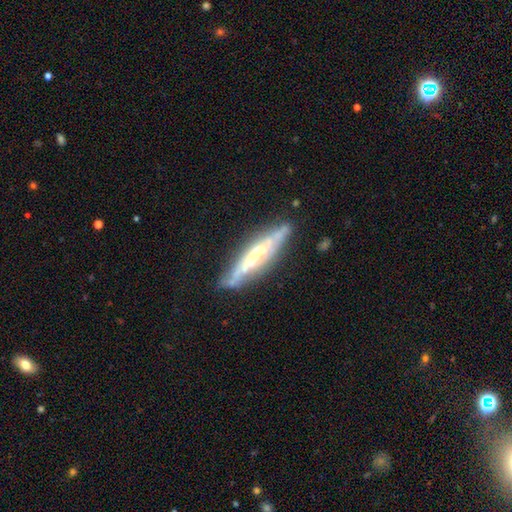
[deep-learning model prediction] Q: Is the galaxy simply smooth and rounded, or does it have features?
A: featured or disk — 73%.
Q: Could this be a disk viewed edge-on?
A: yes — 70%.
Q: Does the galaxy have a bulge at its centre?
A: none — 40%.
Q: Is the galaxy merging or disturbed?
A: none — 72%.